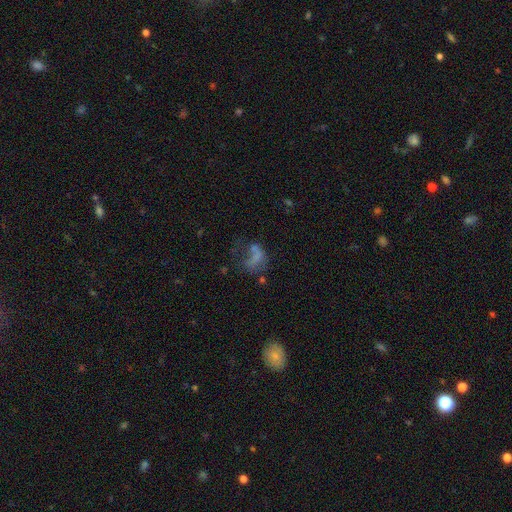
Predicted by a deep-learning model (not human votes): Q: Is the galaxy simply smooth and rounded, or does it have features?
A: smooth — 47%.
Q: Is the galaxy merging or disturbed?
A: major disturbance — 46%.